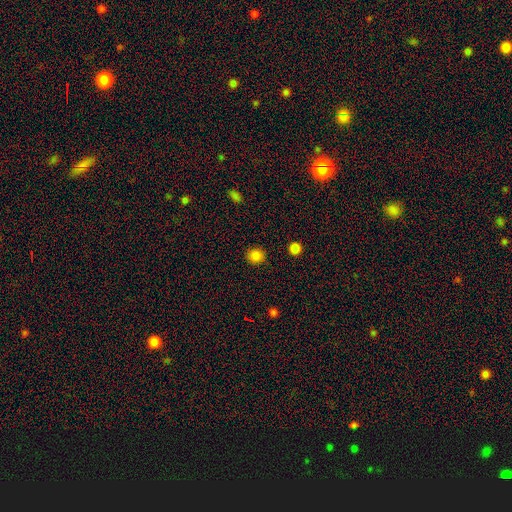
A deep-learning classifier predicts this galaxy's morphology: type=smooth (85%); roundness=round (86%); merging=none (90%).